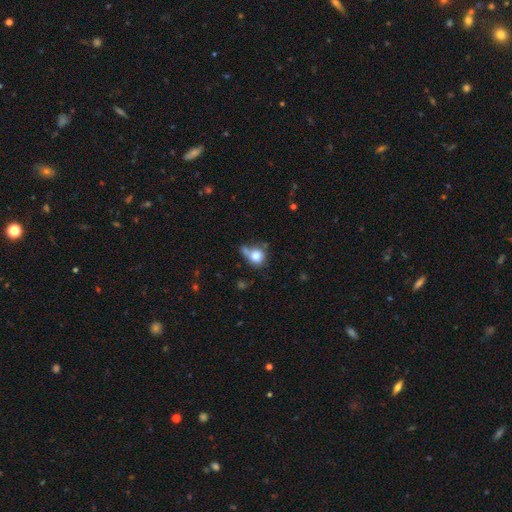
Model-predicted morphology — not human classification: smooth 77%, featured or disk 12%, star or artifact 11%. Down the decision tree: how rounded — round (72%); merging — none (41%).